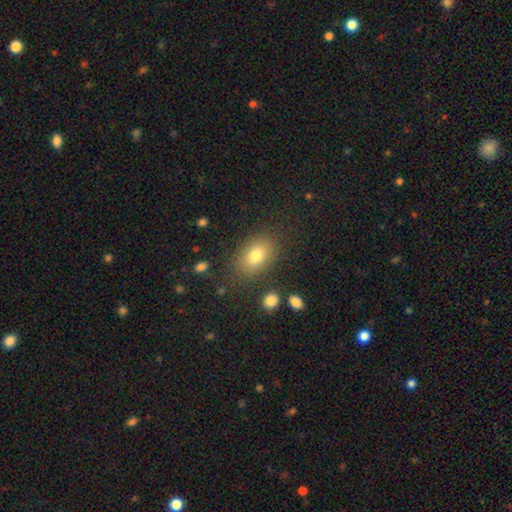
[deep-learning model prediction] Overall: smooth (79%). How rounded: in between (83%). Merging: none (81%).